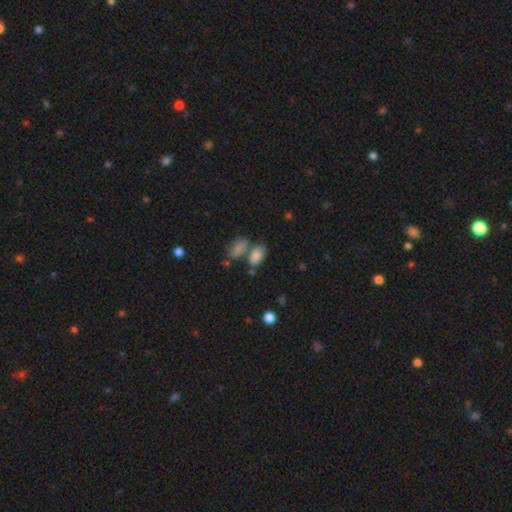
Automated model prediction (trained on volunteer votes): smooth_or_featured: smooth (p=0.82) [alt: star or artifact p=0.10]
how_rounded: in between (p=0.90) [alt: round p=0.08]
merging: none (p=0.46) [alt: merger p=0.34]